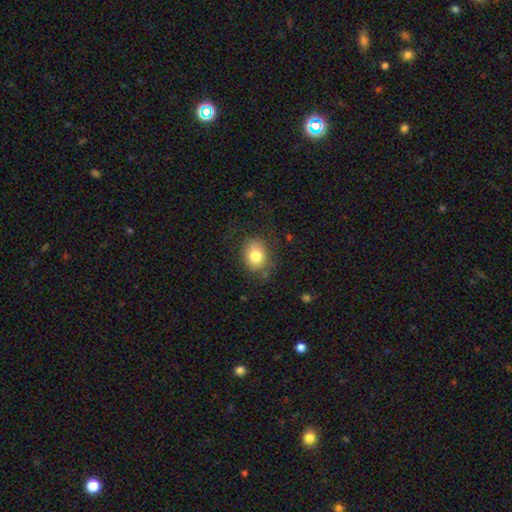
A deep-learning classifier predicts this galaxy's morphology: Q: Smooth or featured?
A: smooth (80%); runner-up: featured or disk (11%)
Q: How rounded?
A: round (50%); runner-up: in between (49%)
Q: Merging?
A: none (75%); runner-up: minor disturbance (17%)